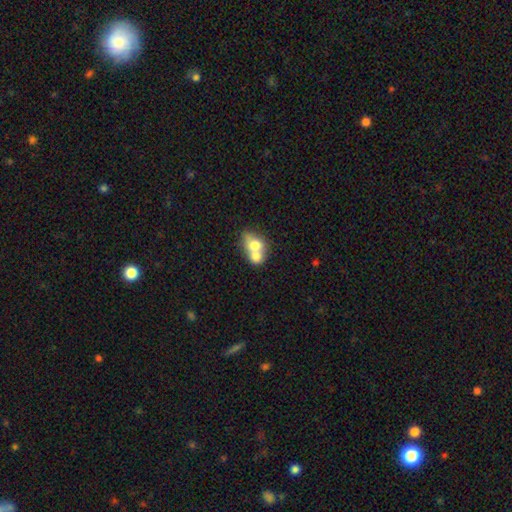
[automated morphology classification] Q: Smooth or featured?
A: smooth (68%); runner-up: featured or disk (24%)
Q: How rounded?
A: in between (54%); runner-up: round (45%)
Q: Merging?
A: merger (73%); runner-up: none (18%)